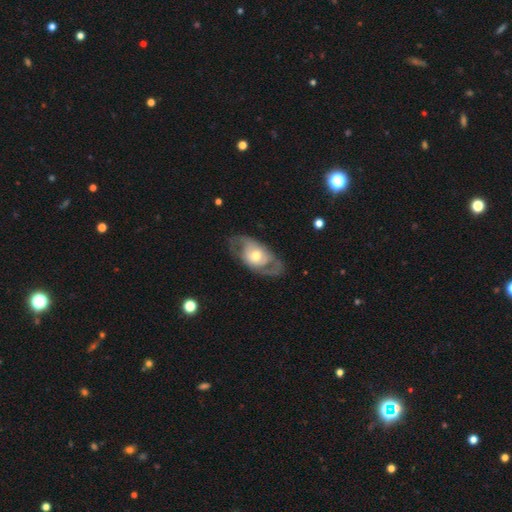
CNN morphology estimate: smooth_or_featured: featured or disk (p=0.67) [alt: smooth p=0.28]
disk_edge_on: no (p=0.91) [alt: yes p=0.09]
bar: no (p=0.74) [alt: weak p=0.20]
has_spiral_arms: yes (p=0.58) [alt: no p=0.42]
bulge_size: moderate (p=0.61) [alt: small p=0.22]
merging: none (p=0.68) [alt: minor disturbance p=0.17]